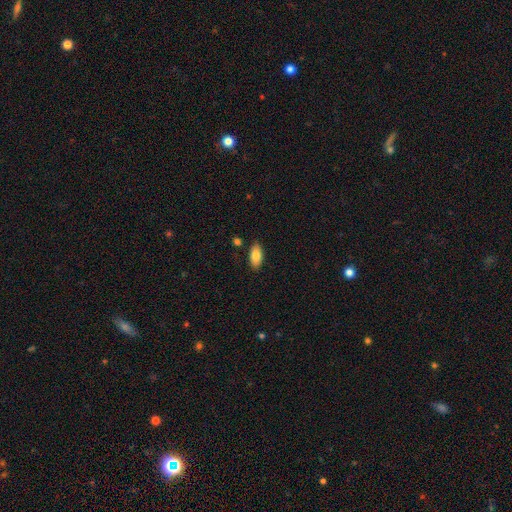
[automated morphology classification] A smooth galaxy with no disk features (83%) that is in between round and cigar-shaped (90%).

Vote fractions:
- Smooth or featured? smooth: 83% / featured or disk: 10% / star or artifact: 7%
- How rounded? in between: 90% / cigar-shaped: 7% / round: 2%
- Merging? none: 85% / minor disturbance: 11% / merger: 2% / major disturbance: 2%